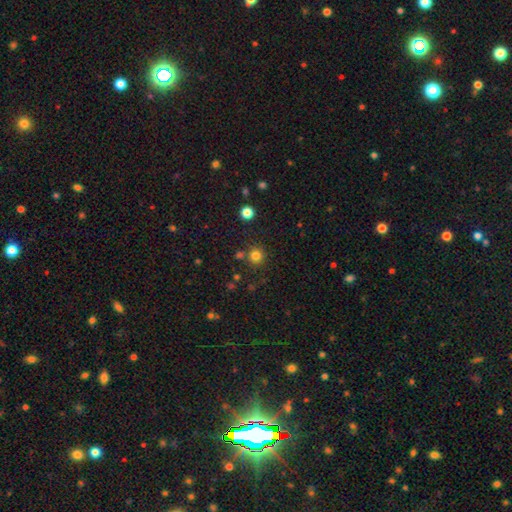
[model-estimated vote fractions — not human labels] Morphology: type=smooth (80%); roundness=round (93%); merging=none (82%).